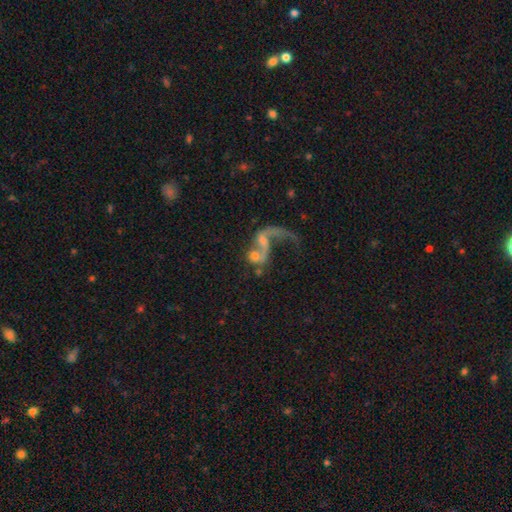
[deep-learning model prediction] This is likely a featured or disk galaxy (62%). It is clearly not viewed edge-on (97%). Bar: likely no (67%). Spiral arm pattern: likely yes (66%). Central bulge: marginally small (35%). Merging: possibly merger (51%).